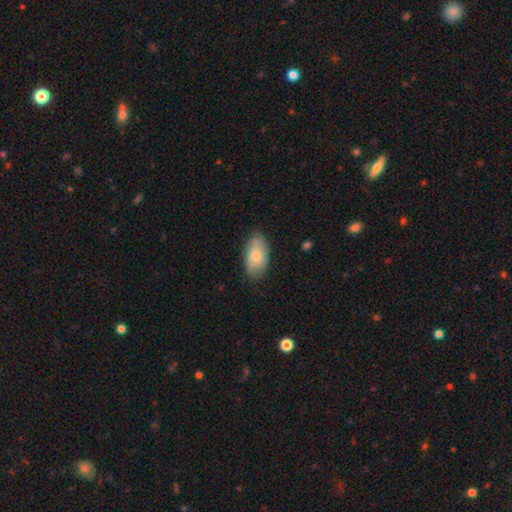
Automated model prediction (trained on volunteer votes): Smooth or featured? smooth (69%)
How rounded? in between (93%)
Merging? none (79%)